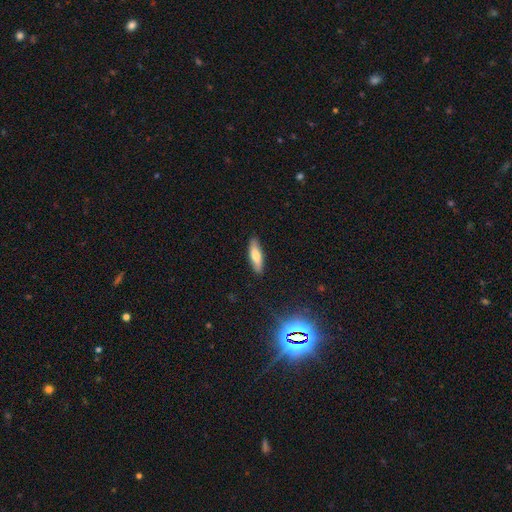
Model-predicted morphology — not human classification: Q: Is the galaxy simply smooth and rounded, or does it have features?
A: smooth — 70%.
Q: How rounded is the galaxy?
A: cigar-shaped — 59%.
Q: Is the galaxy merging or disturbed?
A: none — 87%.